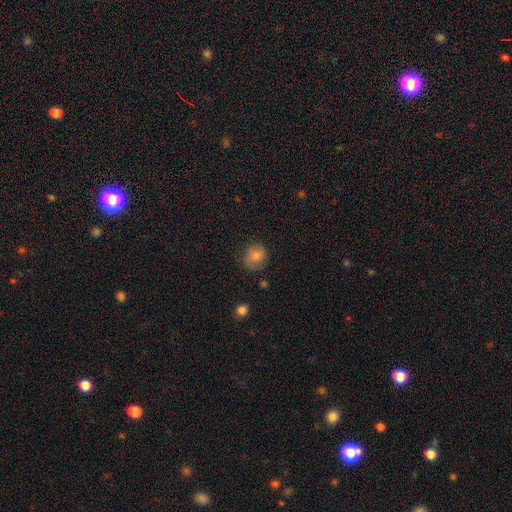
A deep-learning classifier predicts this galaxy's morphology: type=smooth (77%); roundness=round (82%); merging=none (81%).